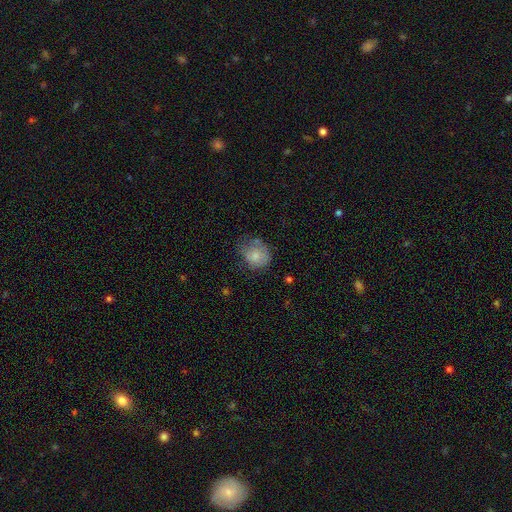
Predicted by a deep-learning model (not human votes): A smooth galaxy with no disk features (69%) that is round (66%). Merging: none (46%).